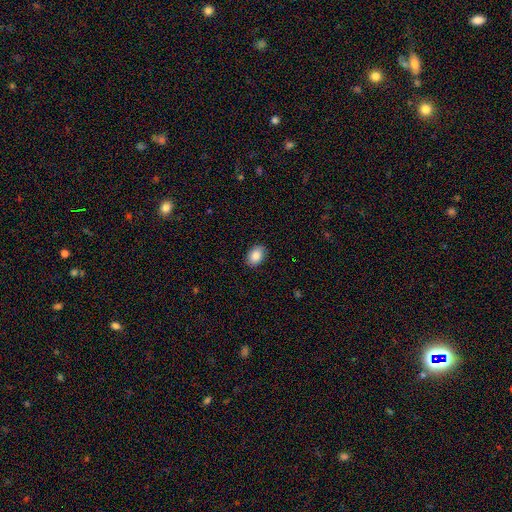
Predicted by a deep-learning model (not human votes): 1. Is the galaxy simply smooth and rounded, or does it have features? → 87% smooth, 7% star or artifact, 5% featured or disk.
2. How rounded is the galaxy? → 80% in between, 19% round, 1% cigar-shaped.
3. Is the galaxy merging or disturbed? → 87% none, 10% minor disturbance, 2% major disturbance, 1% merger.